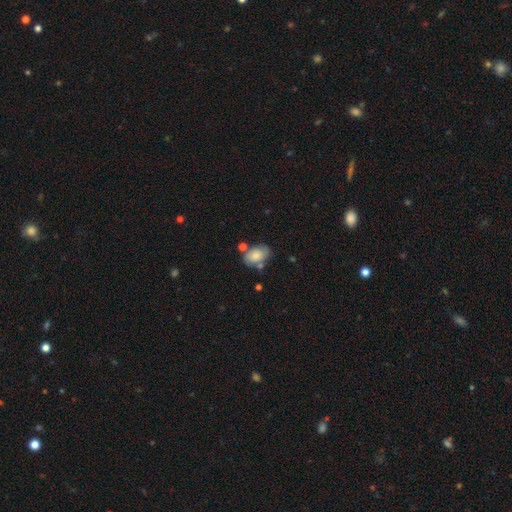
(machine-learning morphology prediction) This is likely a smooth galaxy (73%). How rounded: clearly in between (84%). Merging: possibly none (60%).